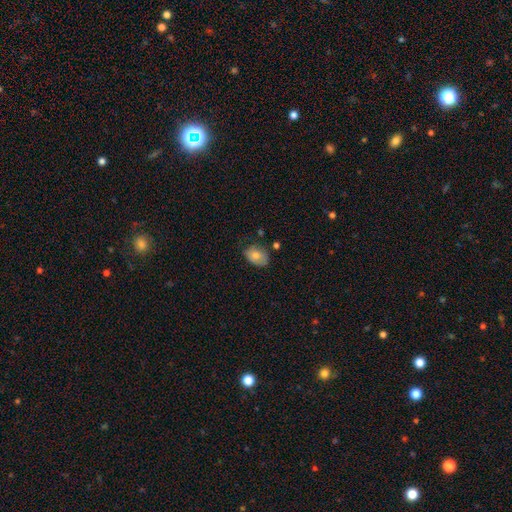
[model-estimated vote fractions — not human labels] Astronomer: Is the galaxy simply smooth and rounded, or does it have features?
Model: smooth — 75%.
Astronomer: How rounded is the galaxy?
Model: in between — 76%.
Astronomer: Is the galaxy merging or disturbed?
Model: none — 61%.